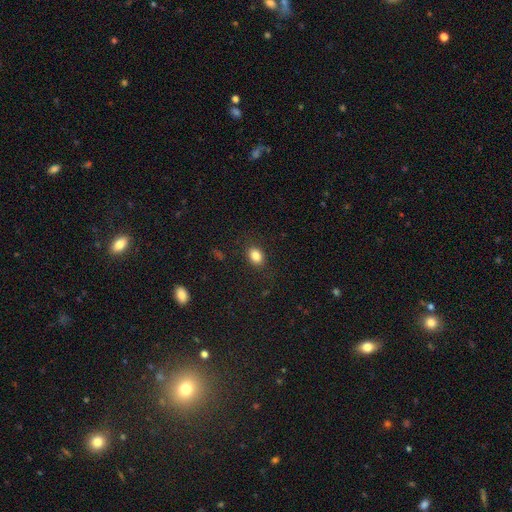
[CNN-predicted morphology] Smooth or featured?
  - smooth: 84% *
  - star or artifact: 10%
  - featured or disk: 6%
How rounded?
  - in between: 67% *
  - round: 31%
  - cigar-shaped: 1%
Merging?
  - none: 86% *
  - minor disturbance: 10%
  - major disturbance: 3%
  - merger: 1%